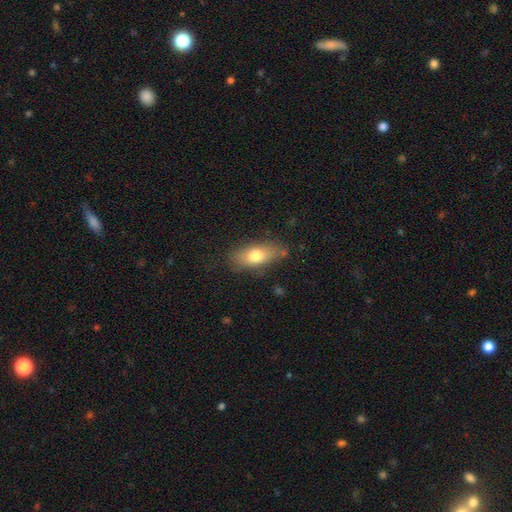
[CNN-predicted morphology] The model was most divided on "smooth or featured": smooth: 74%, featured or disk: 19%, star or artifact: 8%. More confident: how rounded — in between (80%); merging — none (76%).